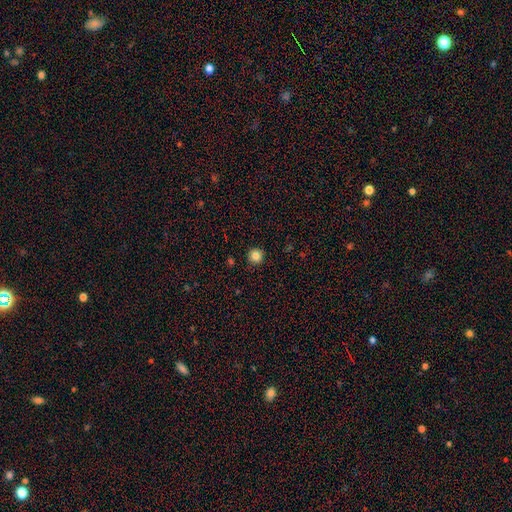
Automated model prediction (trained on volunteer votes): A smooth galaxy with no disk features (84%) that is round (95%). Merging: none (92%).